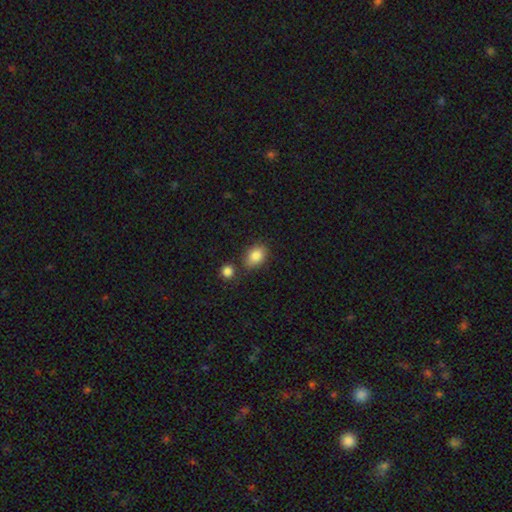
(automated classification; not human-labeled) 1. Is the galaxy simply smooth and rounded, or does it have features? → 85% smooth, 9% star or artifact, 7% featured or disk.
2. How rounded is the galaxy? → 68% in between, 31% round, 1% cigar-shaped.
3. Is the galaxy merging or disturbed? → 70% none, 15% minor disturbance, 11% merger, 4% major disturbance.